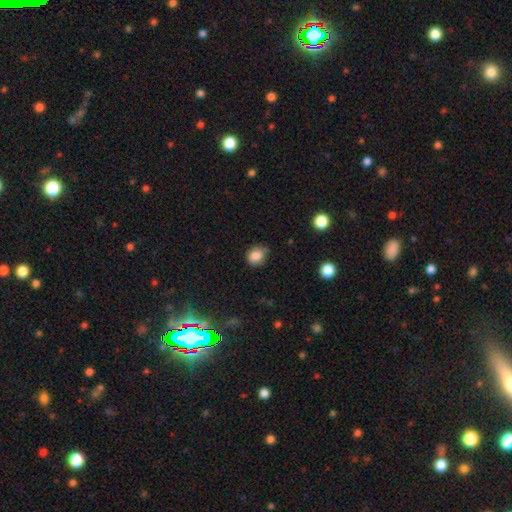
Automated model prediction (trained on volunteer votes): This appears to be a smooth galaxy with no disk features (84%) that is round (64%). Merging: none (62%).